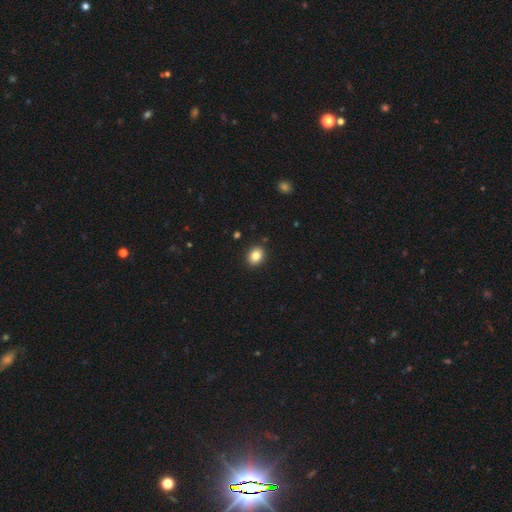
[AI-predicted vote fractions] This is clearly a smooth galaxy (84%). How rounded: likely in between (61%). Merging: clearly none (90%).